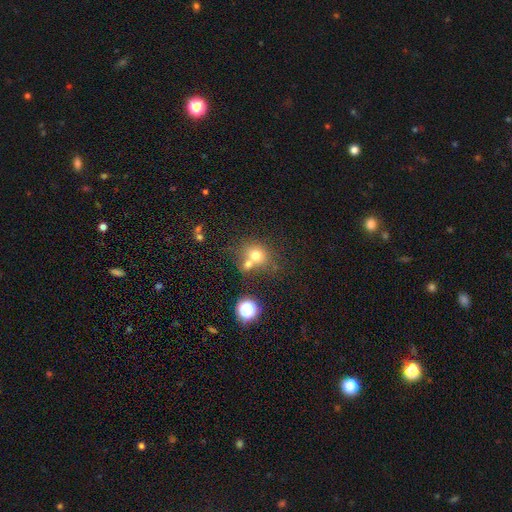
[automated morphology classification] Smooth or featured? smooth (71%)
How rounded? round (73%)
Merging? none (45%)